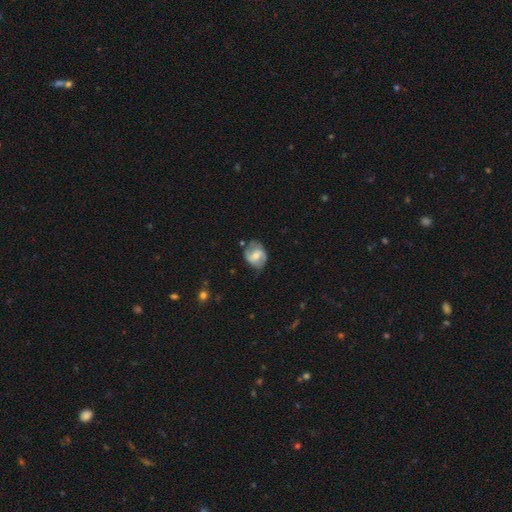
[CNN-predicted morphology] Smooth or featured?
  - featured or disk: 64% *
  - smooth: 30%
  - star or artifact: 7%
Edge-on disk?
  - no: 97% *
  - yes: 3%
Bar?
  - weak: 47% *
  - no: 34%
  - strong: 19%
Spiral arms?
  - yes: 85% *
  - no: 15%
Spiral winding?
  - medium: 46% *
  - loose: 28%
  - tight: 26%
Spiral arm count?
  - 2: 83% *
  - can't tell: 10%
  - 1: 3%
  - 3: 2%
  - 4: 1%
  - more than 4: 1%
Bulge size?
  - moderate: 52% *
  - small: 38%
  - large: 4%
  - none: 4%
  - dominant: 1%
Merging?
  - none: 63% *
  - minor disturbance: 26%
  - major disturbance: 8%
  - merger: 2%